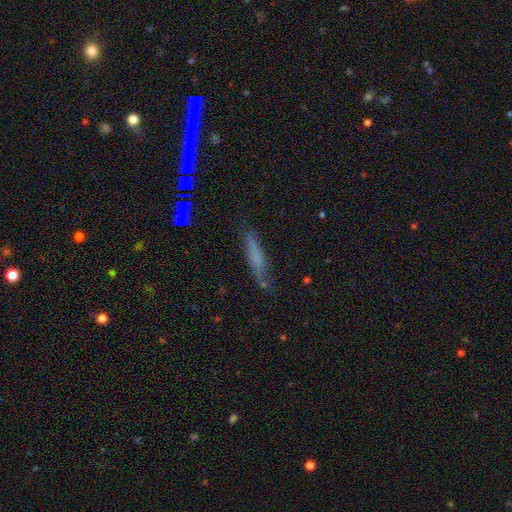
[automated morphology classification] This is possibly a smooth galaxy (59%). How rounded: clearly cigar-shaped (85%). Merging: likely none (70%).